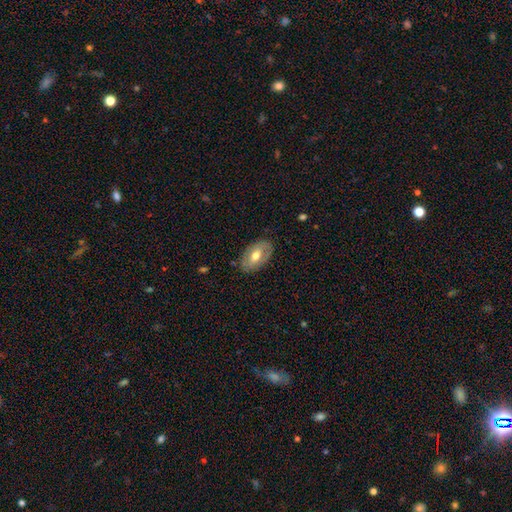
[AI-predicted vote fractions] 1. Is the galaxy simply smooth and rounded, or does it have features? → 56% smooth, 38% featured or disk, 6% star or artifact.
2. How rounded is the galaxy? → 92% in between, 6% round, 2% cigar-shaped.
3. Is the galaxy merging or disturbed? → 83% none, 13% minor disturbance, 3% major disturbance, 1% merger.